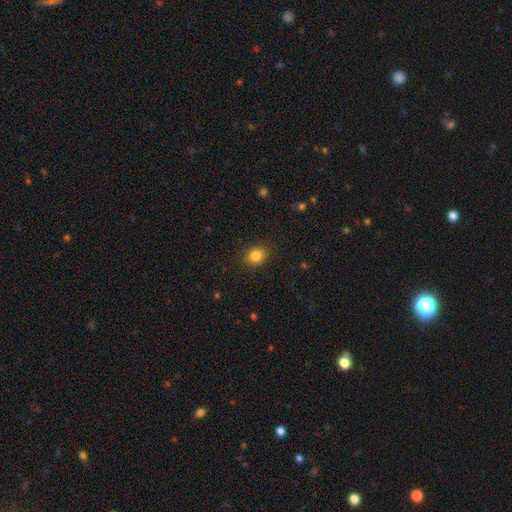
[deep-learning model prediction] This appears to be a smooth galaxy with no disk features (84%) that is round (60%). Merging: none (89%).